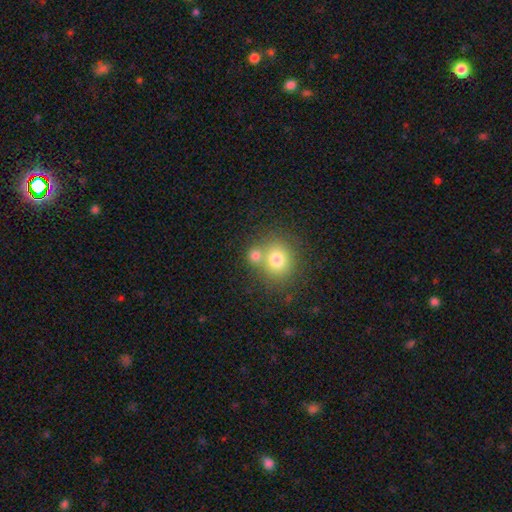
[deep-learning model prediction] smooth-or-featured: smooth: 76% | featured or disk: 12% | star or artifact: 12%
  how-rounded: round: 80% | in between: 19% | cigar-shaped: 1%
  merging: none: 47% | merger: 41% | minor disturbance: 8% | major disturbance: 3%